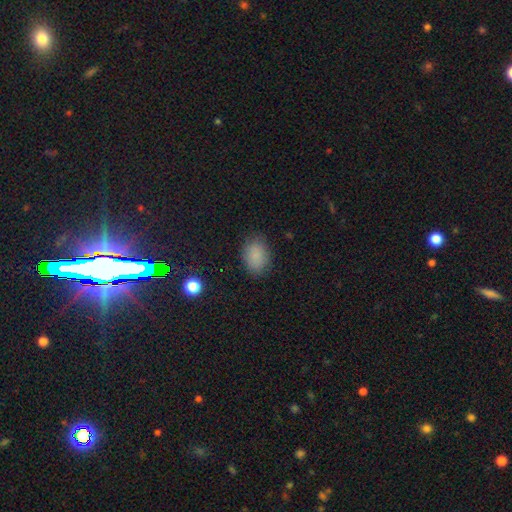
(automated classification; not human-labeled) Smooth or featured? smooth (85%)
How rounded? in between (77%)
Merging? none (81%)